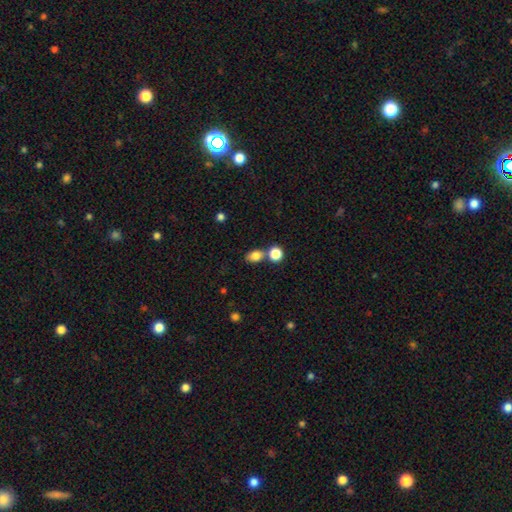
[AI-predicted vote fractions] Smooth or featured: smooth — 81% (star or artifact — 12%)
How rounded: in between — 68% (round — 30%)
Merging: none — 59% (merger — 27%)